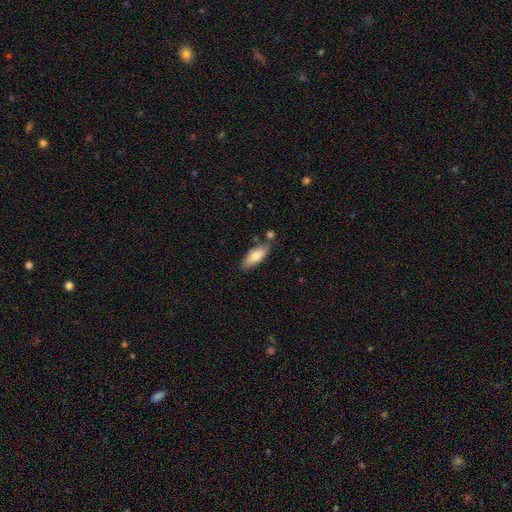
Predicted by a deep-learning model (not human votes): This appears to be a smooth galaxy with no disk features (72%) that is in between round and cigar-shaped (69%). Merging: none (70%).